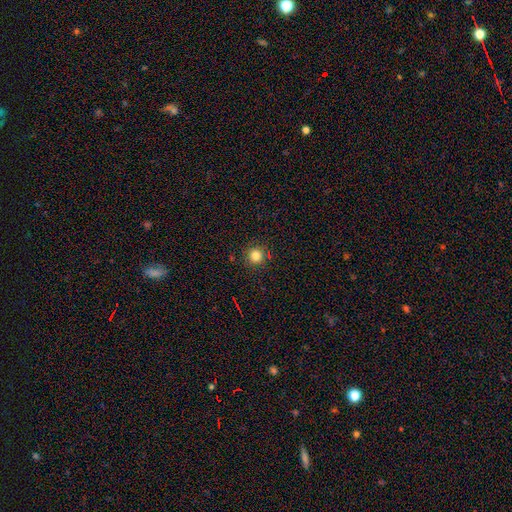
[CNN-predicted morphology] Smooth or featured? smooth (82%)
How rounded? round (95%)
Merging? none (90%)